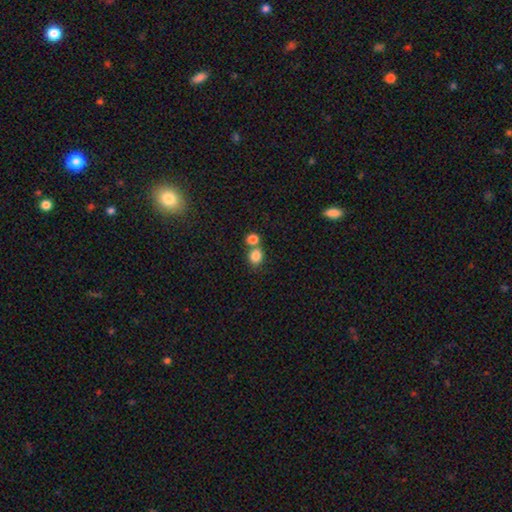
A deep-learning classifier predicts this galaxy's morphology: A smooth galaxy with no disk features (83%) that is round (73%). Merging: none (51%).